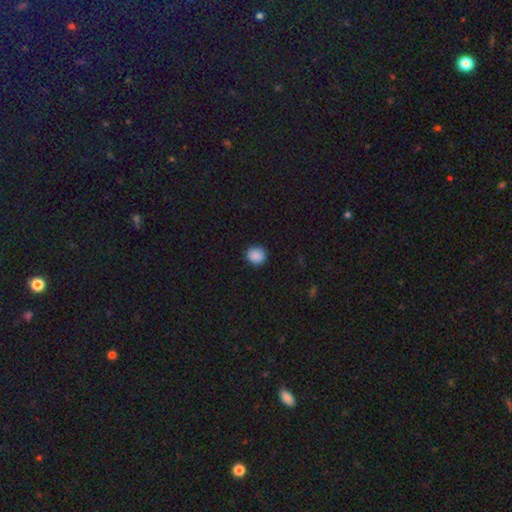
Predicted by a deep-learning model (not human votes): A smooth galaxy with no disk features (89%) that is round (88%).

Vote fractions:
- Smooth or featured? smooth: 89% / star or artifact: 9% / featured or disk: 2%
- How rounded? round: 88% / in between: 11% / cigar-shaped: 1%
- Merging? none: 91% / minor disturbance: 6% / major disturbance: 2% / merger: 1%